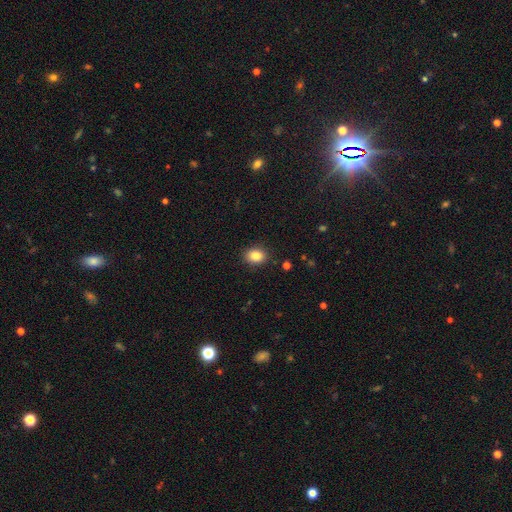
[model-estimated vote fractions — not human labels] The model was most divided on "how rounded": in between: 53%, round: 46%, cigar-shaped: 1%. More confident: merging — none (89%); smooth or featured — smooth (84%).